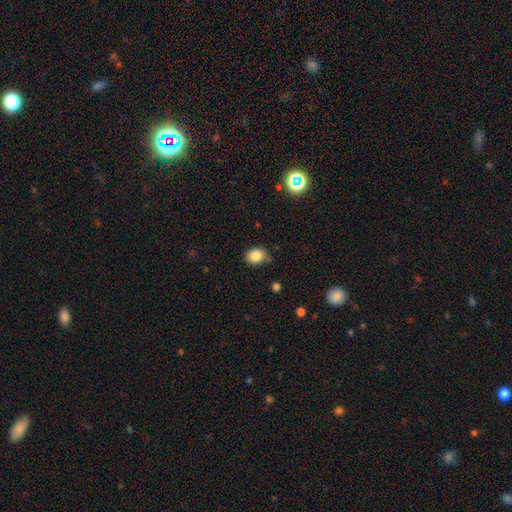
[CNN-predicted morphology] A smooth galaxy with no disk features (84%) that is round (54%).

Vote fractions:
- Smooth or featured? smooth: 84% / star or artifact: 11% / featured or disk: 5%
- How rounded? round: 54% / in between: 45% / cigar-shaped: 1%
- Merging? none: 73% / minor disturbance: 21% / major disturbance: 4% / merger: 3%